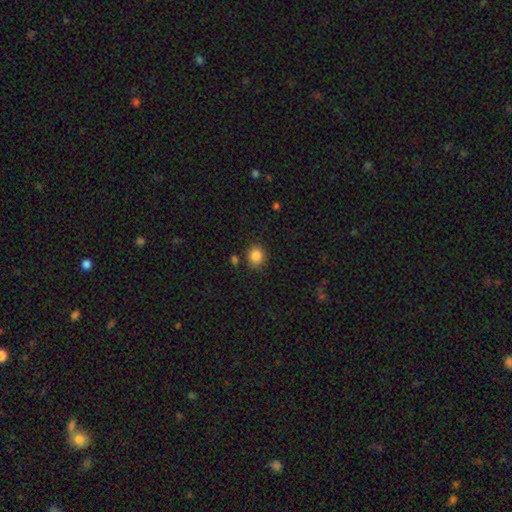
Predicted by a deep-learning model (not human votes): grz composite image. It shows a smooth galaxy with no disk features (86%) that is round (76%). Merging: none (82%).